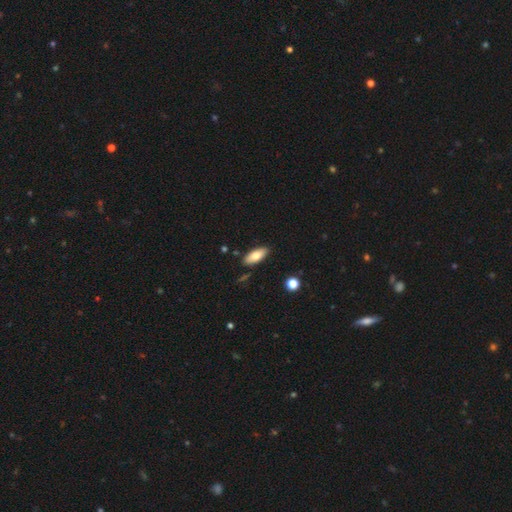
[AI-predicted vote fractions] Overall: smooth (76%). How rounded: in between (81%). Merging: none (84%).